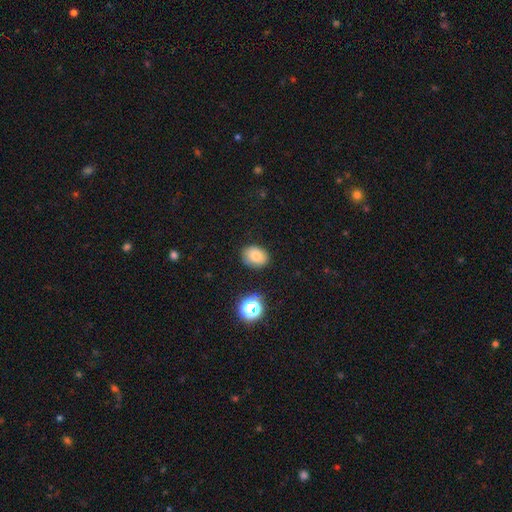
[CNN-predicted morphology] Q: Smooth or featured?
A: smooth (78%); runner-up: star or artifact (12%)
Q: How rounded?
A: in between (59%); runner-up: round (40%)
Q: Merging?
A: none (84%); runner-up: minor disturbance (12%)